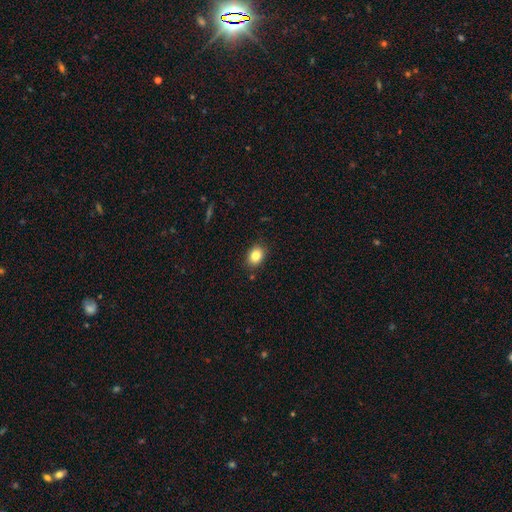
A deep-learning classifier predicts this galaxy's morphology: The model was most divided on "how rounded": in between: 64%, round: 35%, cigar-shaped: 1%. More confident: merging — none (87%); smooth or featured — smooth (84%).